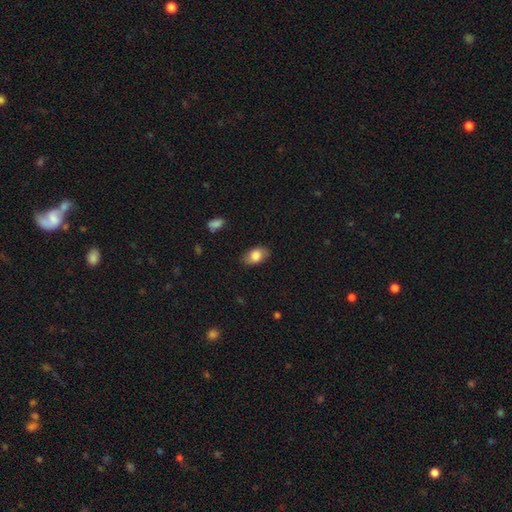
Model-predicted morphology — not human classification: type=smooth (80%); roundness=in between (89%); merging=none (81%).